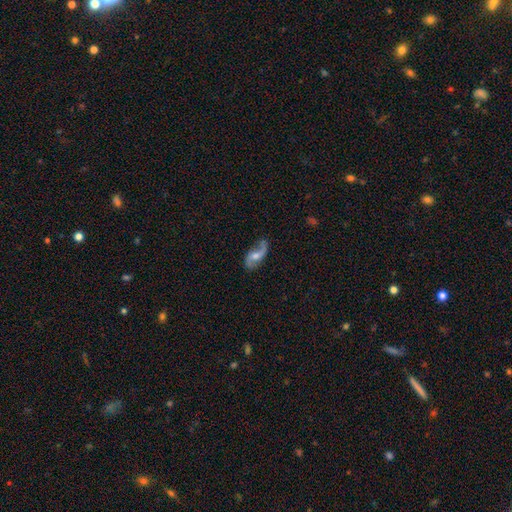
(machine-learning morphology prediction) type=featured or disk (74%); edge-on=no (94%); bar=no (50%); spiral arms=yes (93%); winding=loose (72%); arm count=2 (88%); bulge=moderate (62%); merging=none (71%).